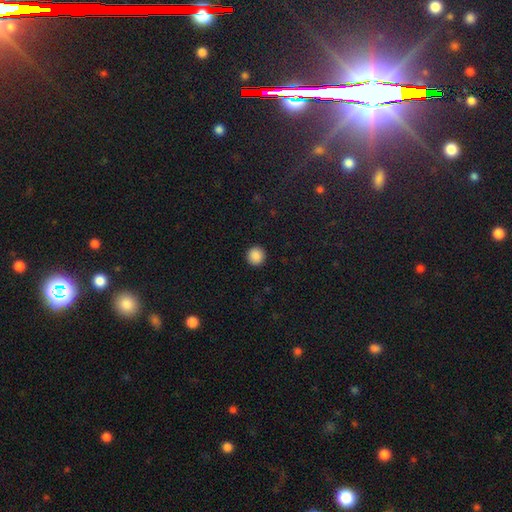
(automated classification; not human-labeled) Smooth or featured?
  - smooth: 88% *
  - star or artifact: 9%
  - featured or disk: 3%
How rounded?
  - round: 95% *
  - in between: 4%
  - cigar-shaped: 1%
Merging?
  - none: 93% *
  - minor disturbance: 5%
  - major disturbance: 2%
  - merger: 1%